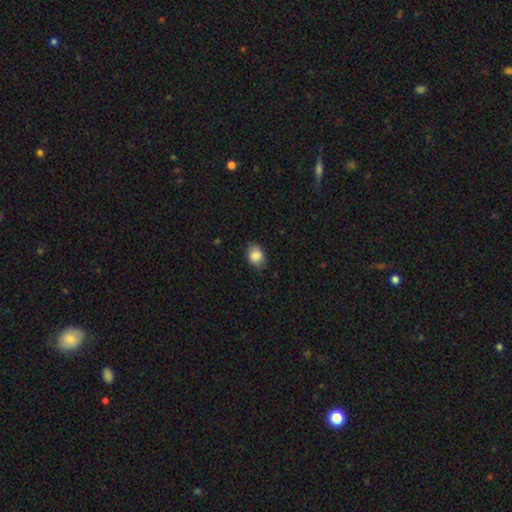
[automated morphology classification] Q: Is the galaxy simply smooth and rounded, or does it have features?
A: smooth — 83%.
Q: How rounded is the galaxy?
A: in between — 64%.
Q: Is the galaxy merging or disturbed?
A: none — 76%.